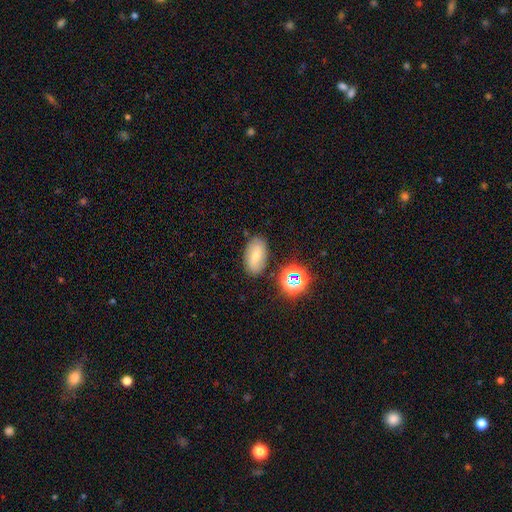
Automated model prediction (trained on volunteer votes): smooth-or-featured: smooth: 64% | featured or disk: 23% | star or artifact: 13%
  how-rounded: in between: 90% | round: 7% | cigar-shaped: 2%
  merging: none: 81% | minor disturbance: 12% | merger: 3% | major disturbance: 3%